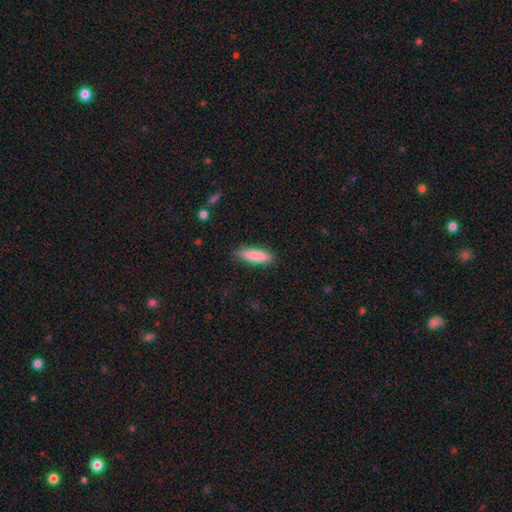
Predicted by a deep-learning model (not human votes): smooth-or-featured: smooth: 87% | featured or disk: 8% | star or artifact: 5%
  how-rounded: cigar-shaped: 60% | in between: 39% | round: 2%
  merging: none: 87% | minor disturbance: 10% | major disturbance: 2% | merger: 1%